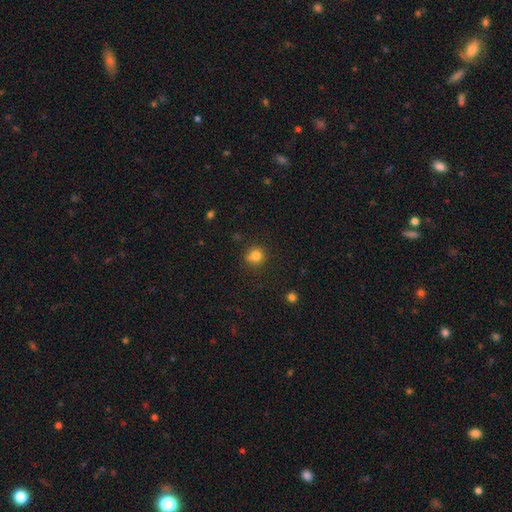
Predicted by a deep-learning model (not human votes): smooth_or_featured: smooth (p=0.78) [alt: star or artifact p=0.14]
how_rounded: round (p=0.89) [alt: in between p=0.10]
merging: none (p=0.69) [alt: minor disturbance p=0.14]